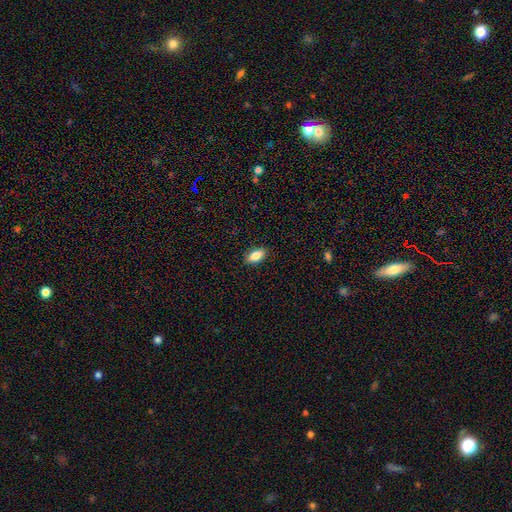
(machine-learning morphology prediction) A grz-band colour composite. It shows a smooth galaxy with no disk features (83%) that is in between round and cigar-shaped (89%). Merging: none (89%).